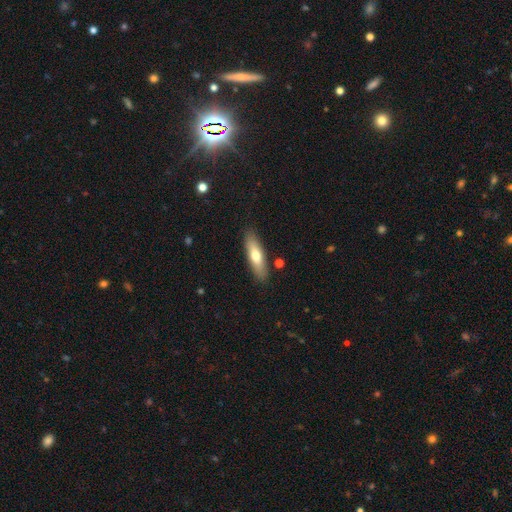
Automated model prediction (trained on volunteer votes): smooth 67%, featured or disk 27%, star or artifact 6%. Down the decision tree: how rounded — cigar-shaped (57%); merging — none (86%).